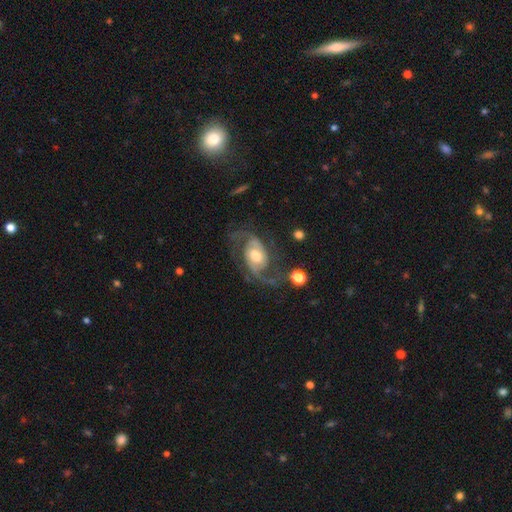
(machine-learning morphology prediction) Smooth or featured?
  - featured or disk: 88% *
  - smooth: 7%
  - star or artifact: 5%
Edge-on disk?
  - no: 97% *
  - yes: 3%
Bar?
  - no: 46% *
  - weak: 42%
  - strong: 11%
Spiral arms?
  - yes: 97% *
  - no: 3%
Spiral winding?
  - medium: 52% *
  - loose: 29%
  - tight: 19%
Spiral arm count?
  - 2: 83% *
  - 3: 6%
  - can't tell: 5%
  - 1: 3%
  - 4: 2%
  - more than 4: 2%
Bulge size?
  - moderate: 61% *
  - large: 23%
  - small: 12%
  - none: 2%
  - dominant: 2%
Merging?
  - none: 63% *
  - minor disturbance: 17%
  - major disturbance: 17%
  - merger: 3%